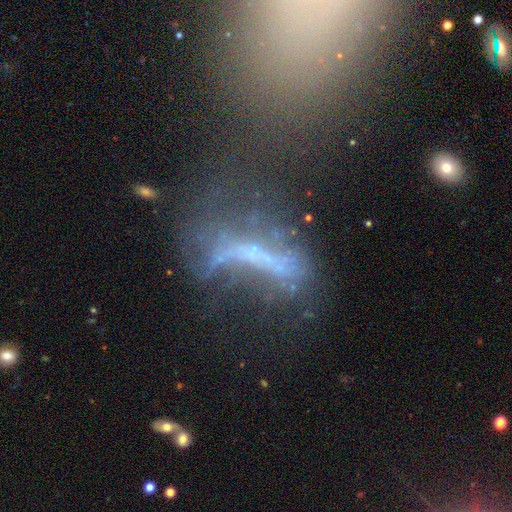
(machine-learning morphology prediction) This is possibly a featured or disk galaxy (52%). It is likely not viewed edge-on (72%). Merging: marginally major disturbance (35%).